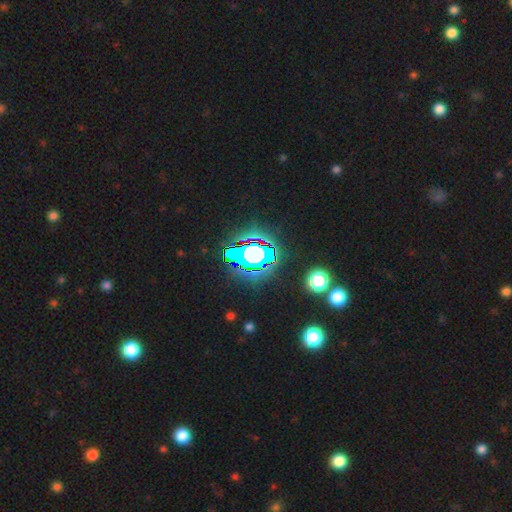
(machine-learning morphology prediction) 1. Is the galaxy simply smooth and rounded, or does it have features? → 78% star or artifact, 13% smooth, 10% featured or disk.